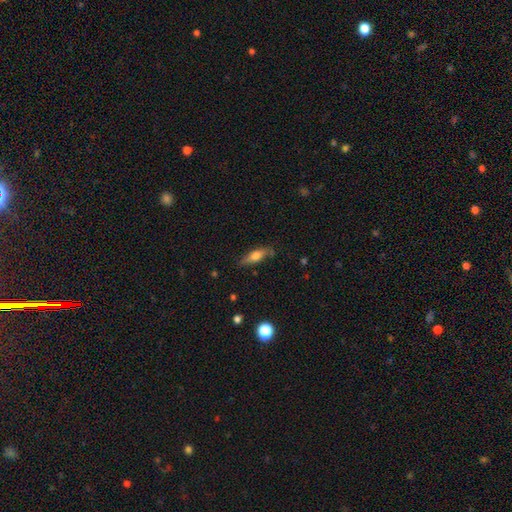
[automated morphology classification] Smooth or featured? smooth (57%)
How rounded? cigar-shaped (49%)
Merging? none (77%)